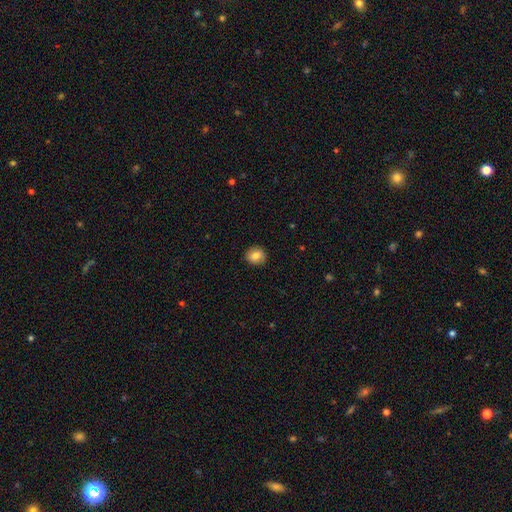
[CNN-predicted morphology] Smooth or featured? Predicted: smooth (p=0.83). How rounded? Predicted: round (p=0.82). Merging? Predicted: none (p=0.90).